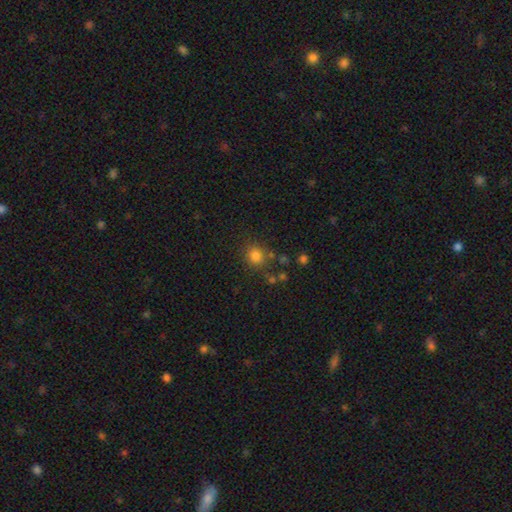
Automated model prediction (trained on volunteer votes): smooth_or_featured: smooth (p=0.81) [alt: star or artifact p=0.14]
how_rounded: round (p=0.80) [alt: in between p=0.19]
merging: none (p=0.76) [alt: minor disturbance p=0.12]